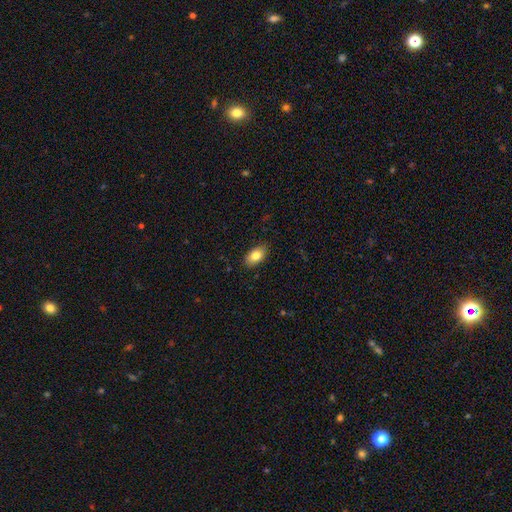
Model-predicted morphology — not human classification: The model was most divided on "smooth or featured": smooth: 82%, featured or disk: 10%, star or artifact: 8%. More confident: how rounded — in between (91%); merging — none (87%).